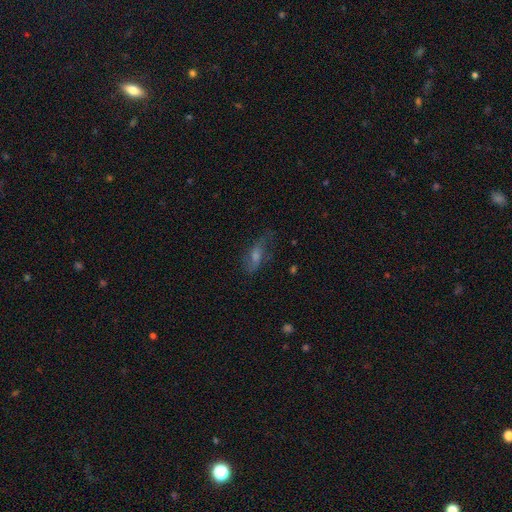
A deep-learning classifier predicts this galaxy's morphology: Smooth or featured: featured or disk — 48% (smooth — 34%)
Merging: none — 64% (minor disturbance — 22%)